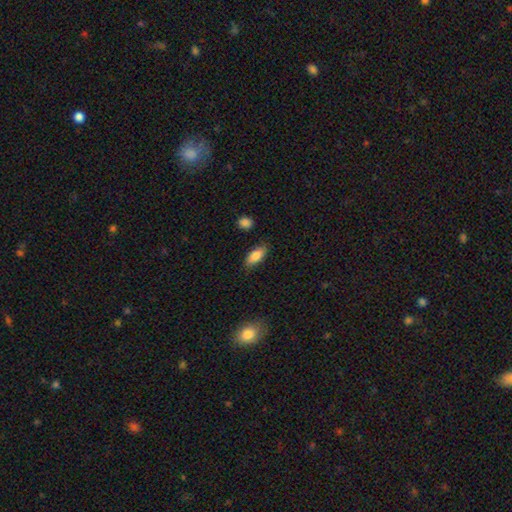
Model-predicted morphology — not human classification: Smooth or featured? Predicted: smooth (p=0.83). How rounded? Predicted: in between (p=0.86). Merging? Predicted: none (p=0.81).